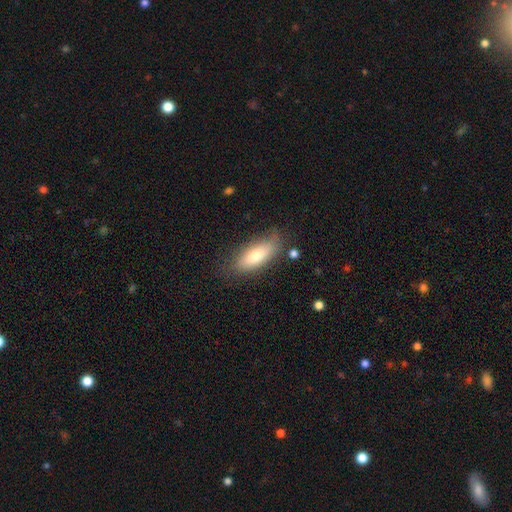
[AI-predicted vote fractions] The model was most divided on "how rounded": in between: 74%, cigar-shaped: 23%, round: 2%. More confident: merging — none (75%); smooth or featured — smooth (74%).